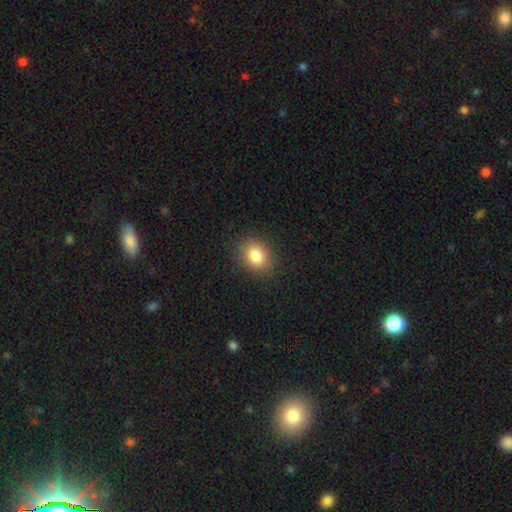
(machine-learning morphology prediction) Q: Smooth or featured?
A: smooth (83%); runner-up: star or artifact (10%)
Q: How rounded?
A: round (54%); runner-up: in between (45%)
Q: Merging?
A: none (88%); runner-up: minor disturbance (9%)